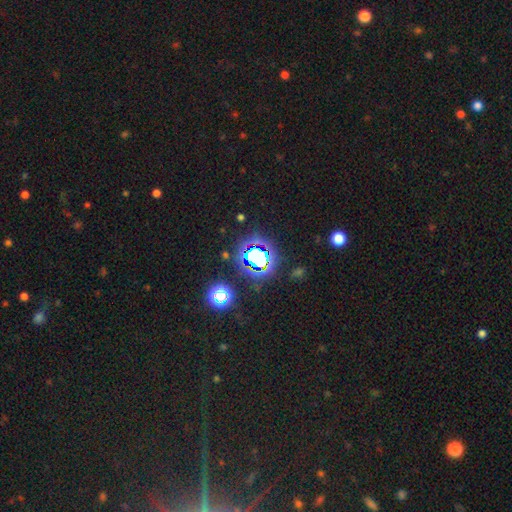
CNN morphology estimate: Q: Smooth or featured?
A: star or artifact (67%); runner-up: smooth (21%)